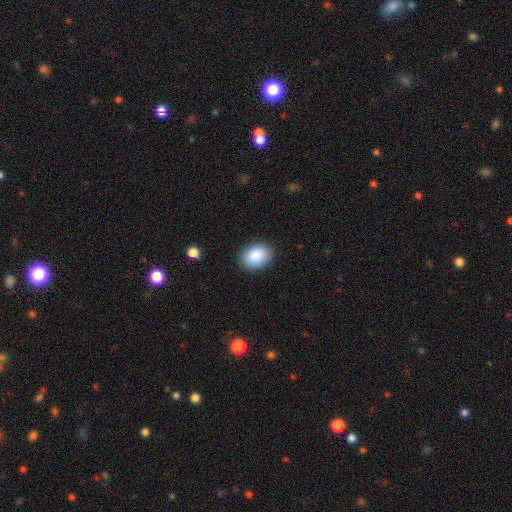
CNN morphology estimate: smooth-or-featured: smooth: 88% | star or artifact: 7% | featured or disk: 5%
  how-rounded: in between: 74% | round: 25% | cigar-shaped: 1%
  merging: none: 89% | minor disturbance: 8% | major disturbance: 2% | merger: 1%